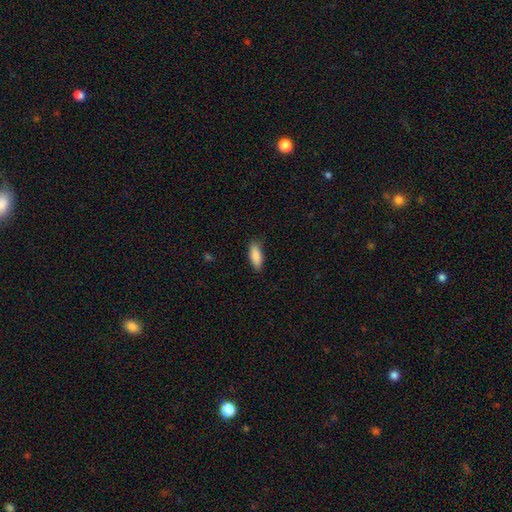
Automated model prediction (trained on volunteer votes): smooth-or-featured: smooth: 89% | star or artifact: 6% | featured or disk: 5%
  how-rounded: in between: 73% | cigar-shaped: 25% | round: 2%
  merging: none: 82% | minor disturbance: 14% | major disturbance: 3% | merger: 1%